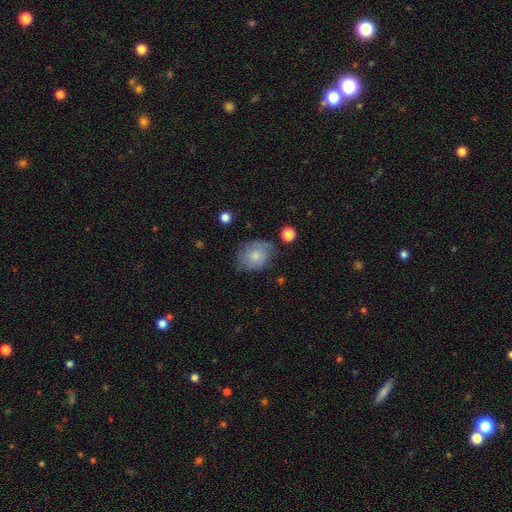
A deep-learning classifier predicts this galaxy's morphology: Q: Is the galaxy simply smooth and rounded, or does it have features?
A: smooth — 72%.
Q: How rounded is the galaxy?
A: in between — 50%.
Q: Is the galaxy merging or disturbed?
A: none — 55%.